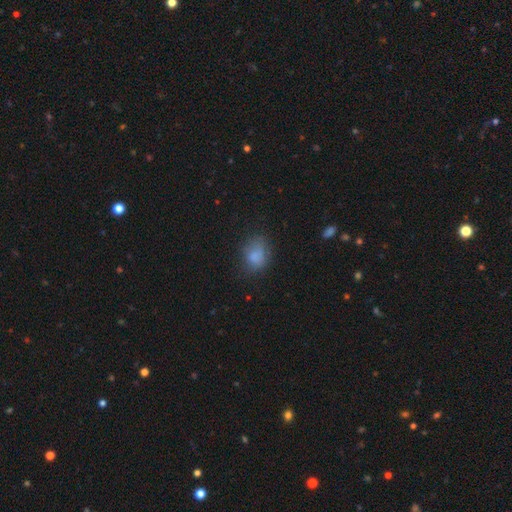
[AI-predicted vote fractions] This appears to be a smooth galaxy with no disk features (77%) that is in between round and cigar-shaped (56%). Merging: none (58%).